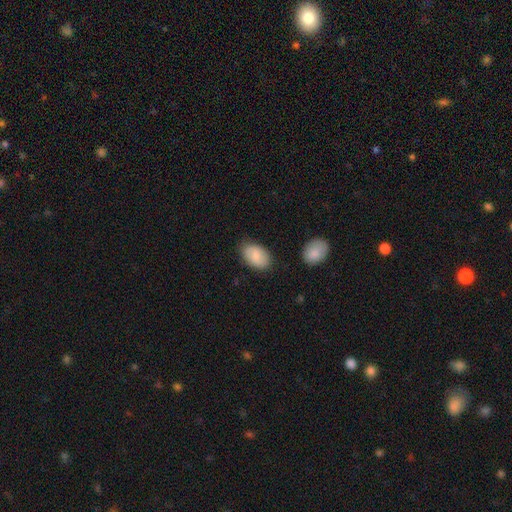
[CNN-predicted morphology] Overall: smooth (83%). How rounded: in between (92%). Merging: none (79%).